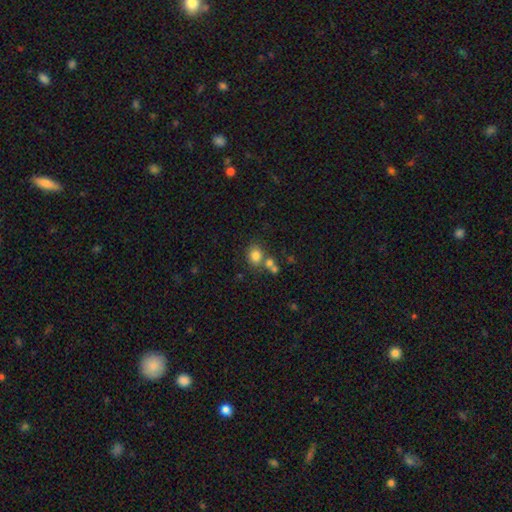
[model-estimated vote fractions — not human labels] A smooth galaxy with no disk features (80%) that is round (68%). Merging: none (60%).